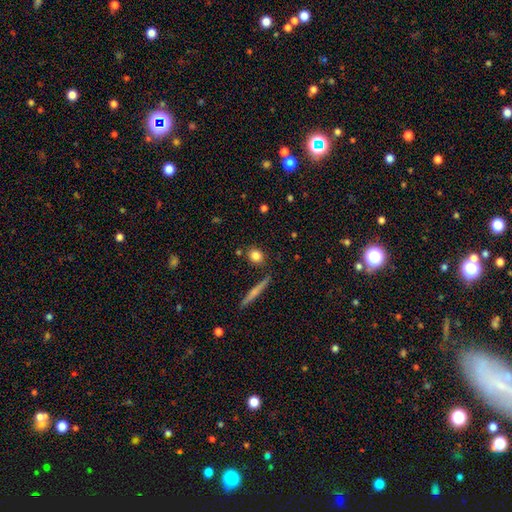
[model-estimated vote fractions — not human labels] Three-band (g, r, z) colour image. It shows a smooth galaxy with no disk features (81%) that is round (71%). Merging: none (83%).